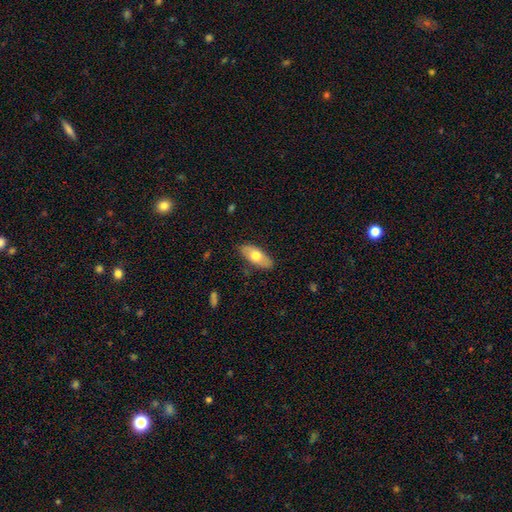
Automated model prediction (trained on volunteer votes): Overall: smooth (65%; featured or disk 29%). How rounded: in between (84%). Merging: none (84%).